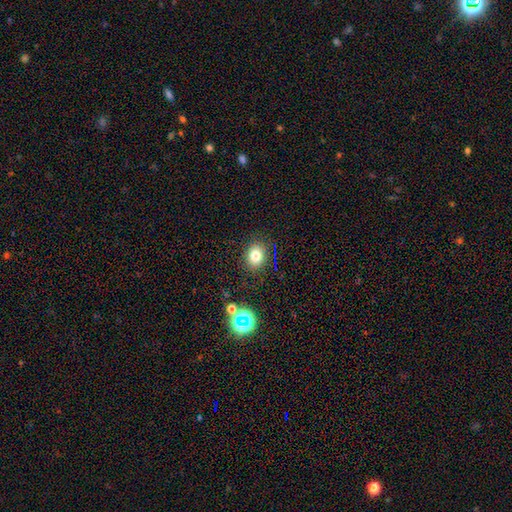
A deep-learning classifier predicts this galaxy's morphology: Smooth or featured?
  - smooth: 78% *
  - star or artifact: 14%
  - featured or disk: 8%
How rounded?
  - in between: 52% *
  - round: 47%
  - cigar-shaped: 1%
Merging?
  - none: 85% *
  - minor disturbance: 10%
  - major disturbance: 3%
  - merger: 2%